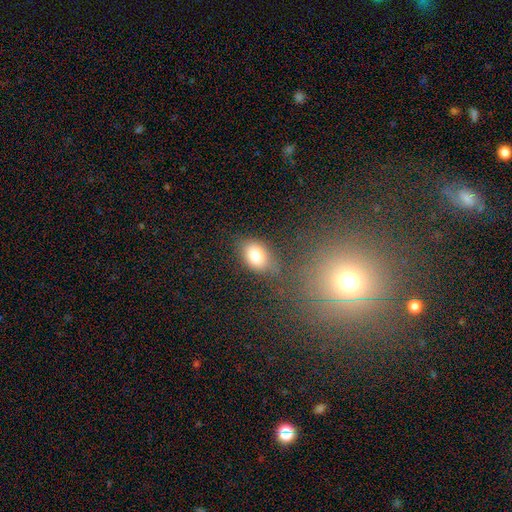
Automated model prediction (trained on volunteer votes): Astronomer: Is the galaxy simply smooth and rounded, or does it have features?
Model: smooth — 82%.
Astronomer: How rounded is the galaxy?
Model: in between — 80%.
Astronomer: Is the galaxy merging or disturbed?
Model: none — 63%.